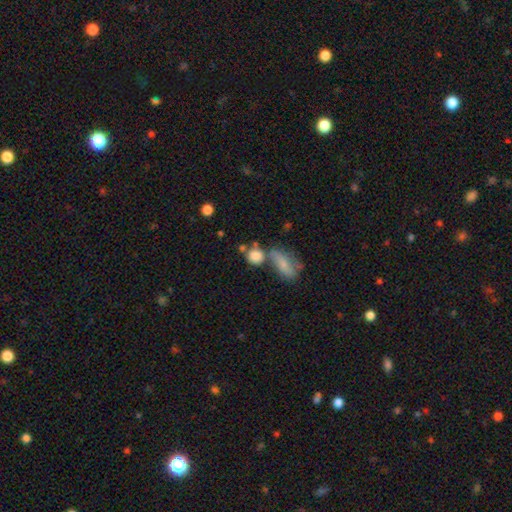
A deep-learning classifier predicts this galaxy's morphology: smooth_or_featured: smooth (p=0.83) [alt: star or artifact p=0.09]
how_rounded: round (p=0.76) [alt: in between p=0.21]
merging: none (p=0.48) [alt: merger p=0.33]